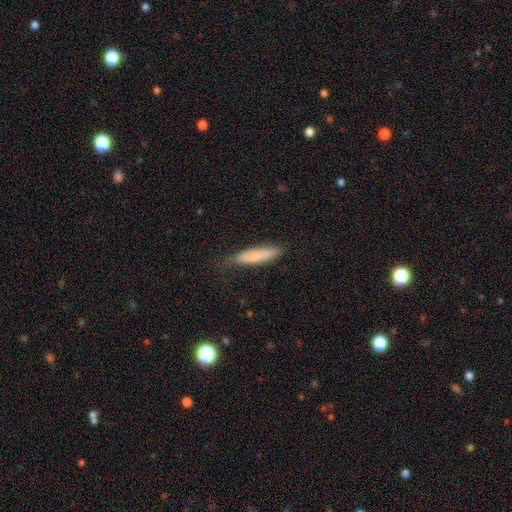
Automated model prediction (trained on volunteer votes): This is likely a smooth galaxy (76%). How rounded: likely cigar-shaped (78%). Merging: likely none (70%).